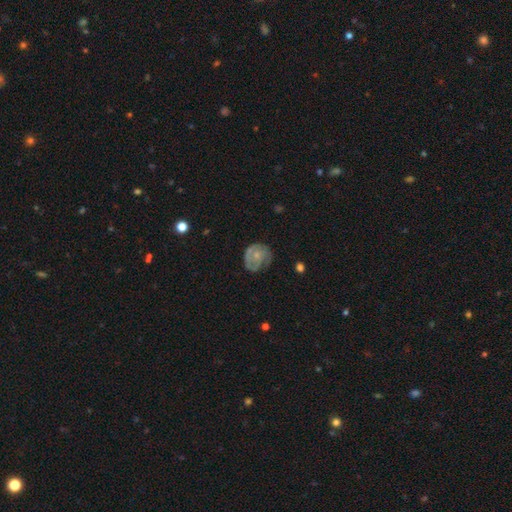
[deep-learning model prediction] Smooth or featured: featured or disk — 56% (smooth — 37%)
Edge-on disk: no — 98% (yes — 2%)
Bar: no — 83% (weak — 15%)
Spiral arms: yes — 74% (no — 26%)
Bulge size: small — 62% (moderate — 30%)
Merging: none — 60% (minor disturbance — 26%)